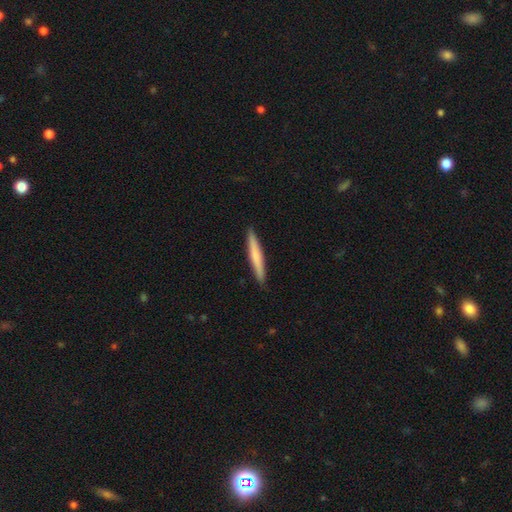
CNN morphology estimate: Overall: smooth (63%; featured or disk 32%). How rounded: cigar-shaped (96%). Merging: none (92%).